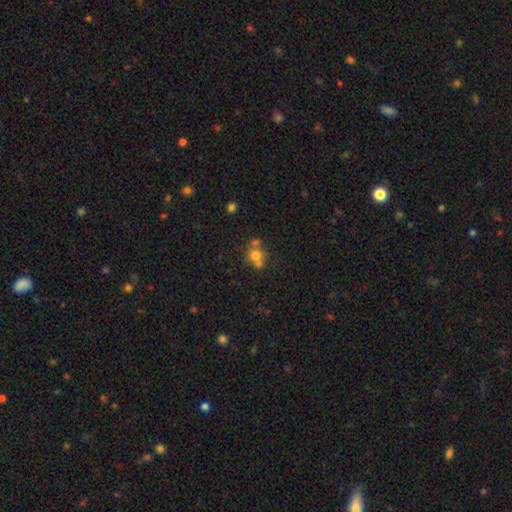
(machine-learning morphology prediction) This is likely a smooth galaxy (68%). How rounded: clearly round (80%). Merging: possibly none (48%).